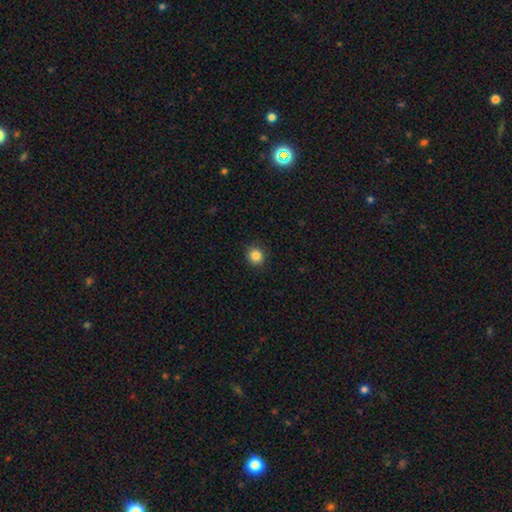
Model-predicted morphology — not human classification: This is clearly a smooth galaxy (86%). How rounded: clearly round (89%). Merging: clearly none (91%).